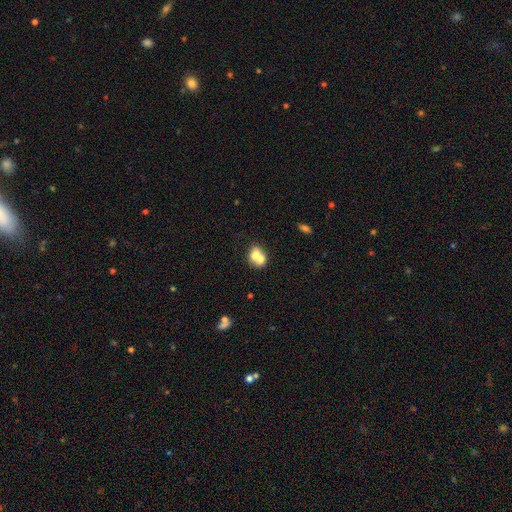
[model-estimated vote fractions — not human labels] smooth_or_featured: smooth (p=0.66) [alt: featured or disk p=0.25]
how_rounded: round (p=0.51) [alt: in between p=0.48]
merging: merger (p=0.64) [alt: none p=0.25]